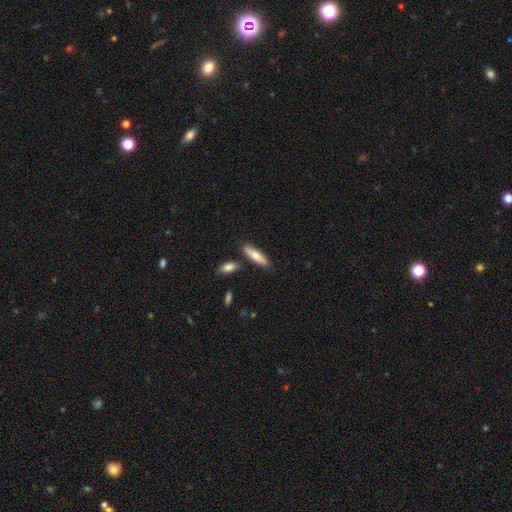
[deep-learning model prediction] Overall: smooth (70%). How rounded: cigar-shaped (64%; in between 34%). Merging: none (83%).